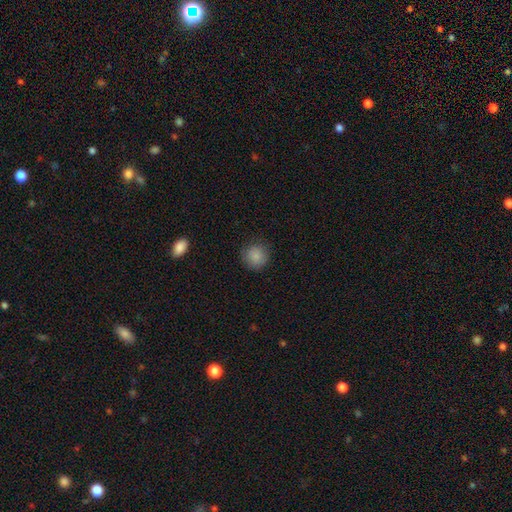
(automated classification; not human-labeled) smooth_or_featured: smooth (p=0.87) [alt: star or artifact p=0.09]
how_rounded: round (p=0.93) [alt: in between p=0.06]
merging: none (p=0.87) [alt: minor disturbance p=0.09]